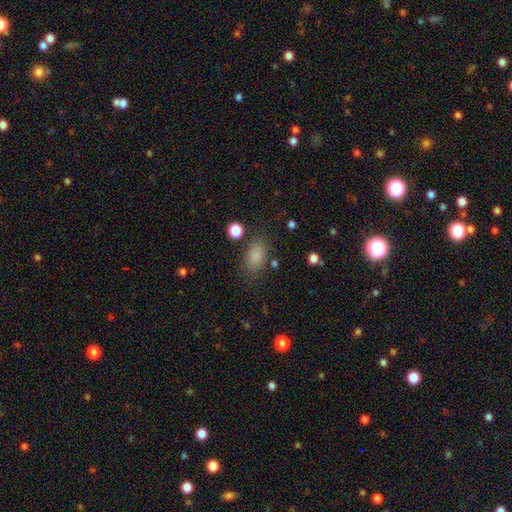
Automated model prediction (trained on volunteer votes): smooth_or_featured: smooth (p=0.83) [alt: star or artifact p=0.11]
how_rounded: in between (p=0.86) [alt: round p=0.11]
merging: none (p=0.77) [alt: minor disturbance p=0.14]